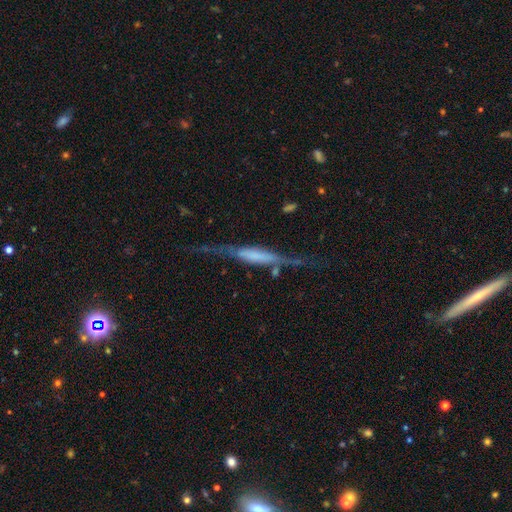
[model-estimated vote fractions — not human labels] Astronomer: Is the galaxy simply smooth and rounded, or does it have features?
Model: featured or disk — 70%.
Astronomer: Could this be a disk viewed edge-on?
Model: yes — 90%.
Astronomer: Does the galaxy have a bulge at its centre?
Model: boxy — 61%.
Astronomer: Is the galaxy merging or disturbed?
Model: none — 60%.